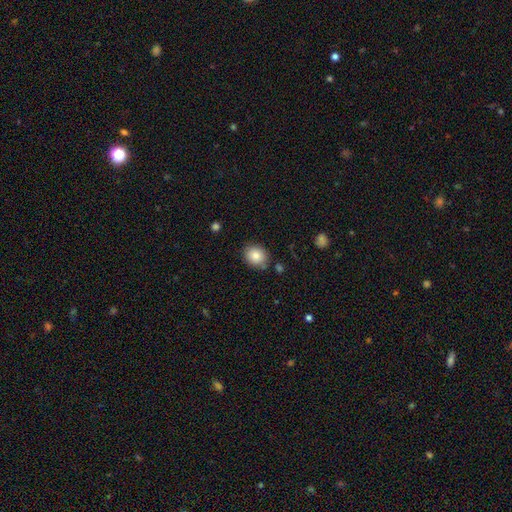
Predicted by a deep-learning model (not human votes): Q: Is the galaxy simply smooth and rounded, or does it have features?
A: smooth — 84%.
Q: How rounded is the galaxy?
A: round — 68%.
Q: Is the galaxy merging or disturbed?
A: none — 81%.